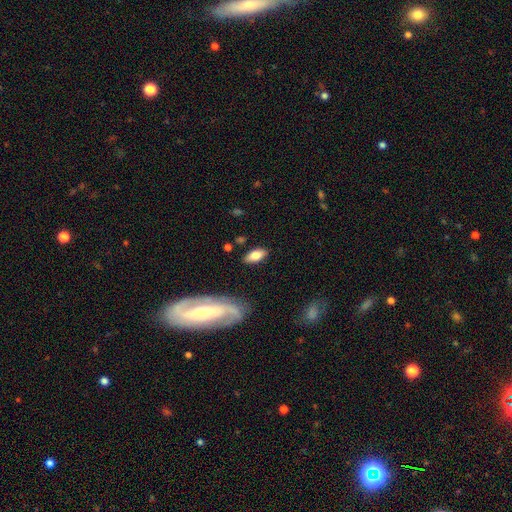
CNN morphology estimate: Smooth or featured? Predicted: smooth (p=0.72). How rounded? Predicted: in between (p=0.85). Merging? Predicted: none (p=0.84).